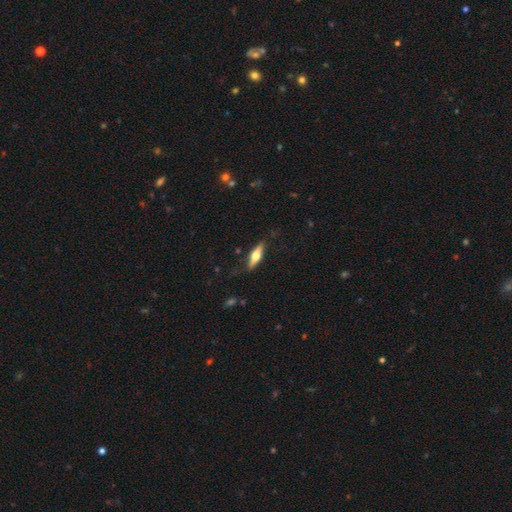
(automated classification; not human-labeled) Overall: featured or disk (52%; smooth 42%). Edge-on disk: yes (92%). Merging: none (80%).